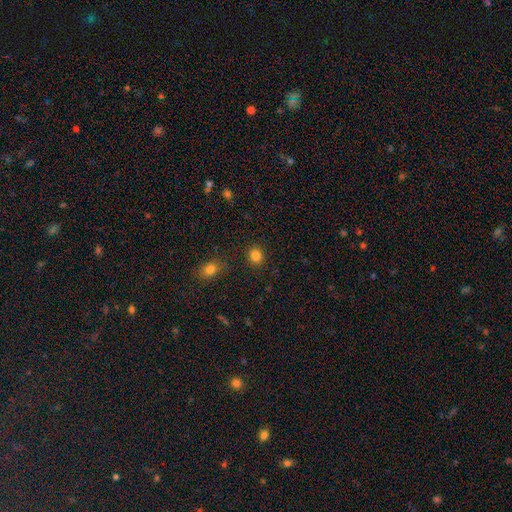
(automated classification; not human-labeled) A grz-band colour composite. It shows a smooth galaxy with no disk features (84%) that is round (80%). Merging: none (90%).